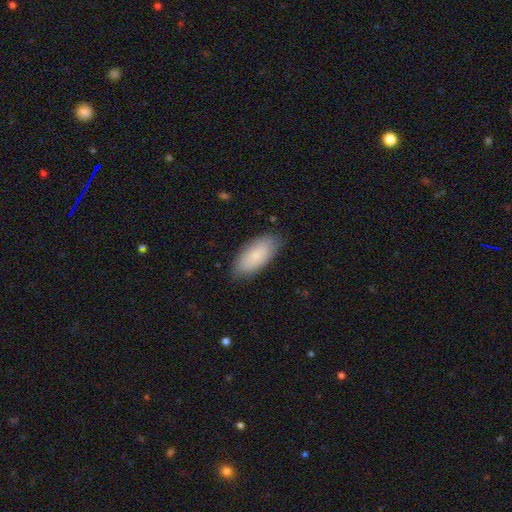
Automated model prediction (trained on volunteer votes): Q: Smooth or featured?
A: smooth (81%); runner-up: featured or disk (13%)
Q: How rounded?
A: in between (89%); runner-up: cigar-shaped (10%)
Q: Merging?
A: none (82%); runner-up: minor disturbance (14%)